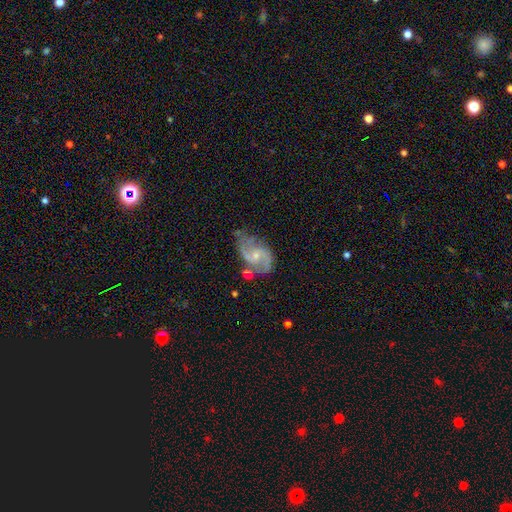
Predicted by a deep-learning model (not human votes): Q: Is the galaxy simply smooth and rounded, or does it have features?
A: featured or disk — 88%.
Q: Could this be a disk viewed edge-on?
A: no — 98%.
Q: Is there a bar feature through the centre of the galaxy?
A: no — 53%.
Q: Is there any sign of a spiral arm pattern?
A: yes — 97%.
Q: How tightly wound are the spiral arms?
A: medium — 54%.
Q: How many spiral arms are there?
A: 2 — 89%.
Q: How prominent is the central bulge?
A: small — 66%.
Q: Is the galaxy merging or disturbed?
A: none — 56%.